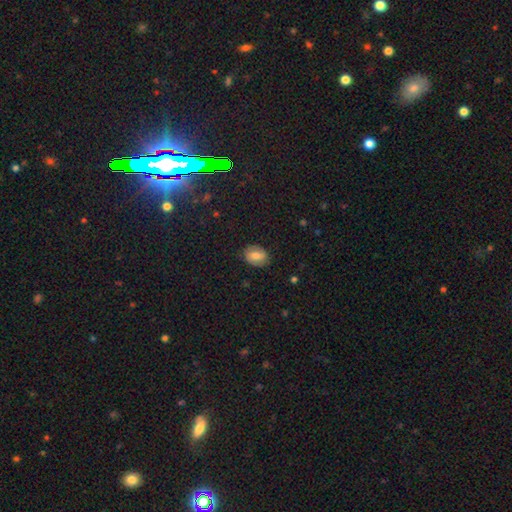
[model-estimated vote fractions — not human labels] A smooth galaxy with no disk features (64%) that is in between round and cigar-shaped (63%). Merging: none (84%).